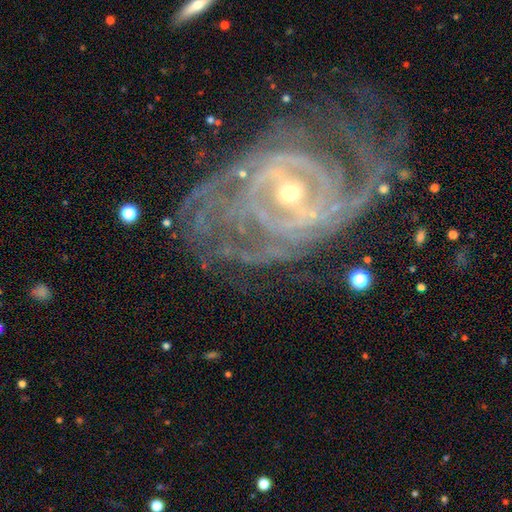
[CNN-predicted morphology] The model was most divided on "bar": weak: 39%, strong: 34%, no: 27%. Remaining: edge-on disk — no (96%); spiral arms — yes (95%); smooth or featured — featured or disk (90%); spiral winding — tight (67%); merging — none (58%); bulge size — small (55%); spiral arm count — can't tell (31%).